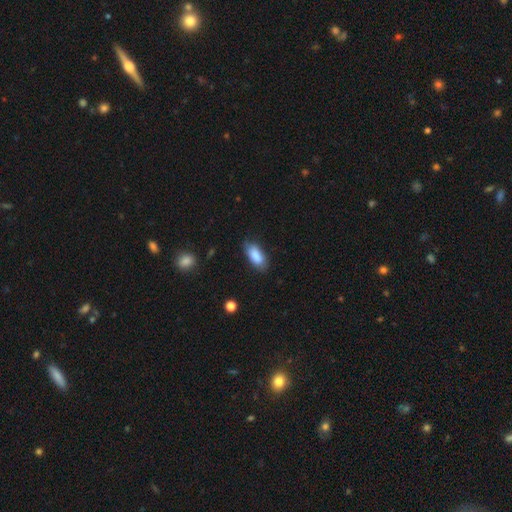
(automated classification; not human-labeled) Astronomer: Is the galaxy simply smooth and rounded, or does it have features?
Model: smooth — 84%.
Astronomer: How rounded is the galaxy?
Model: in between — 87%.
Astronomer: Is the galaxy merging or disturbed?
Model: none — 74%.